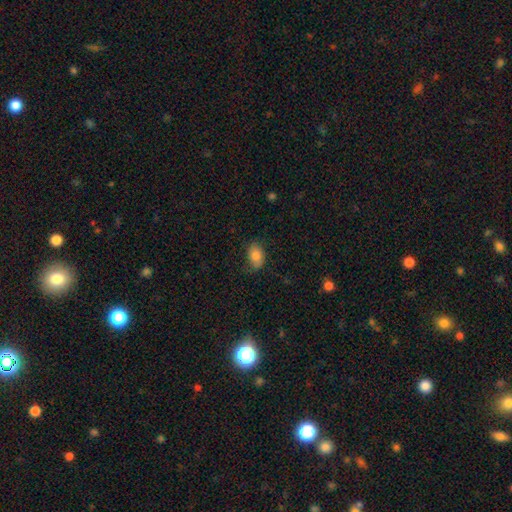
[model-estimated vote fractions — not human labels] Smooth or featured? Predicted: smooth (p=0.82). How rounded? Predicted: in between (p=0.87). Merging? Predicted: none (p=0.73).